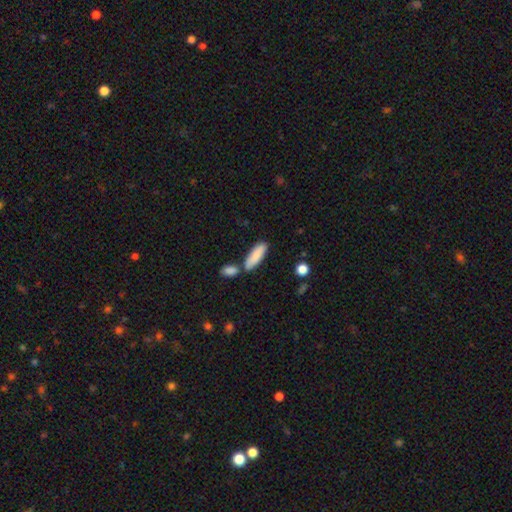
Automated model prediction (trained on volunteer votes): This is clearly a smooth galaxy (85%). How rounded: possibly in between (56%). Merging: likely none (64%).